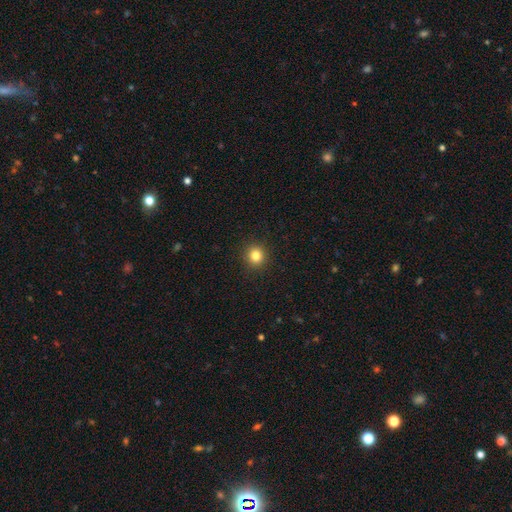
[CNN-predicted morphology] The model was most divided on "smooth or featured": smooth: 82%, star or artifact: 12%, featured or disk: 6%. More confident: merging — none (92%); how rounded — round (91%).